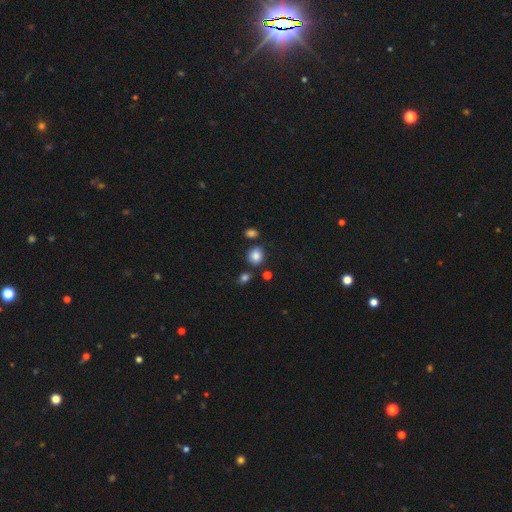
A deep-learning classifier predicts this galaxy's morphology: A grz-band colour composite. It shows a smooth galaxy with no disk features (84%) that is round (68%). Merging: none (77%).